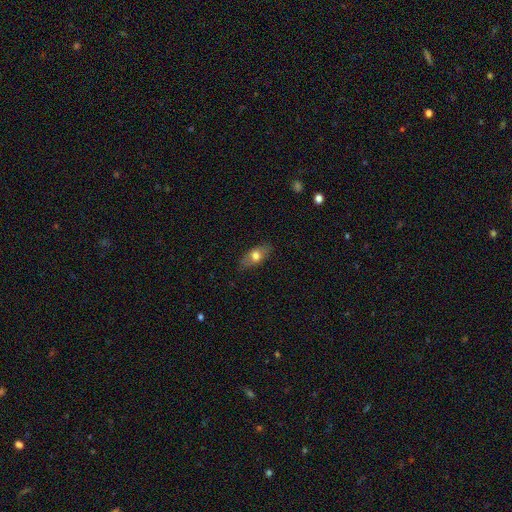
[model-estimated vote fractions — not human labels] smooth_or_featured: smooth (p=0.67) [alt: featured or disk p=0.26]
how_rounded: in between (p=0.83) [alt: cigar-shaped p=0.11]
merging: none (p=0.83) [alt: minor disturbance p=0.13]